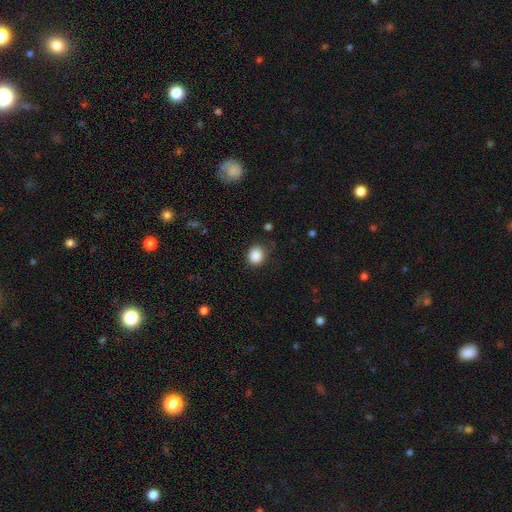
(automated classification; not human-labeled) smooth 88%, star or artifact 9%, featured or disk 3%. Down the decision tree: how rounded — round (70%); merging — none (79%).